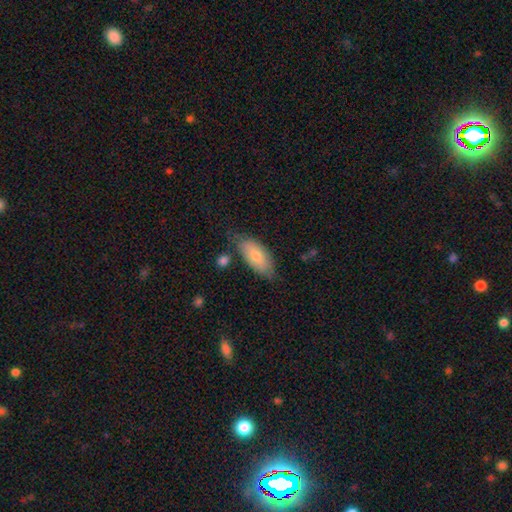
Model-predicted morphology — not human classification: A smooth galaxy with no disk features (72%) that is in between round and cigar-shaped (87%).

Vote fractions:
- Smooth or featured? smooth: 72% / featured or disk: 21% / star or artifact: 7%
- How rounded? in between: 87% / cigar-shaped: 11% / round: 2%
- Merging? none: 67% / minor disturbance: 24% / major disturbance: 5% / merger: 4%